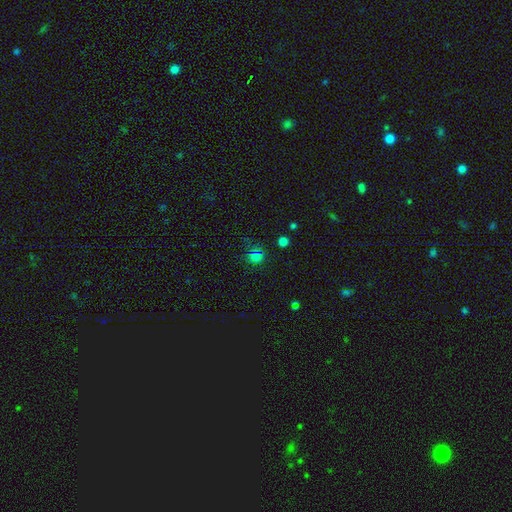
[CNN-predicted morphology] The model was most divided on "smooth or featured": smooth: 62%, star or artifact: 32%, featured or disk: 6%. More confident: how rounded — round (79%); merging — none (75%).